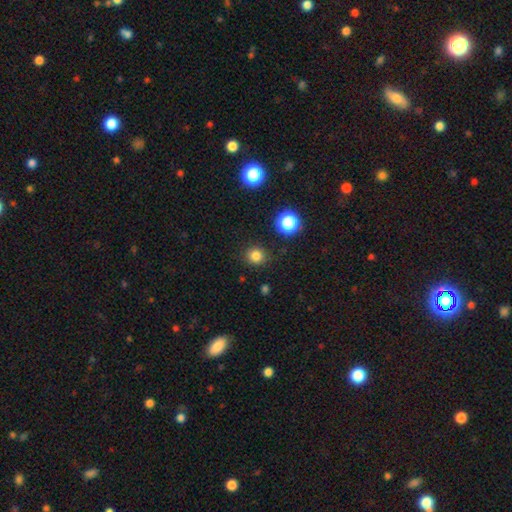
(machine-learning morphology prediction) smooth-or-featured: smooth: 80% | star or artifact: 15% | featured or disk: 4%
  how-rounded: round: 91% | in between: 8% | cigar-shaped: 1%
  merging: none: 88% | minor disturbance: 7% | major disturbance: 3% | merger: 2%